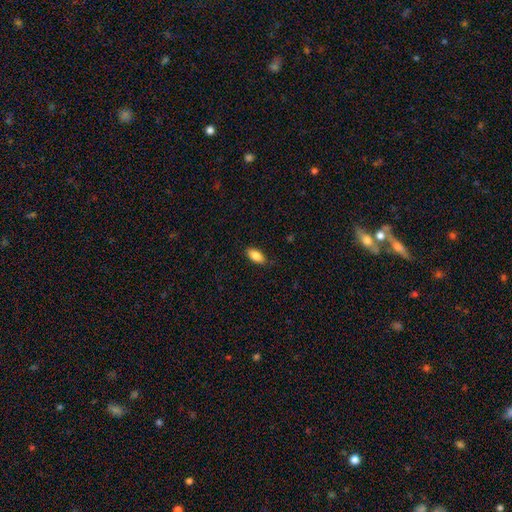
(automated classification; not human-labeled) Morphology: type=smooth (83%); roundness=in between (87%); merging=none (84%).